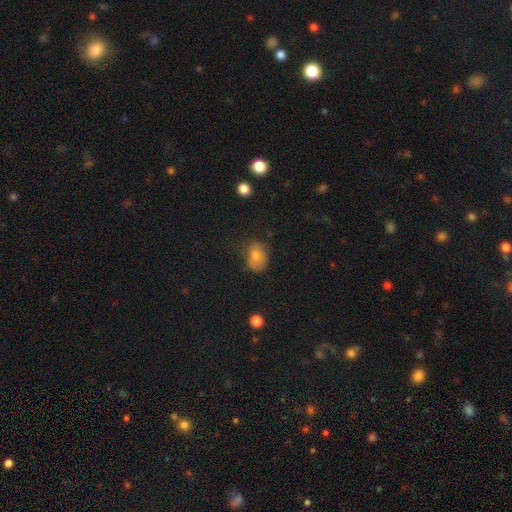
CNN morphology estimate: The model was most divided on "merging": none: 49%, minor disturbance: 32%, major disturbance: 16%, merger: 2%. More confident: smooth or featured — smooth (73%); how rounded — in between (67%).